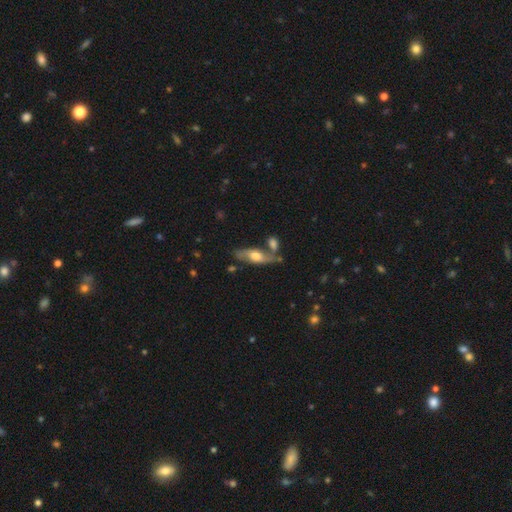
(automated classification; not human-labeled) smooth_or_featured: featured or disk (p=0.52) [alt: smooth p=0.41]
disk_edge_on: no (p=0.57) [alt: yes p=0.43]
merging: none (p=0.57) [alt: merger p=0.20]